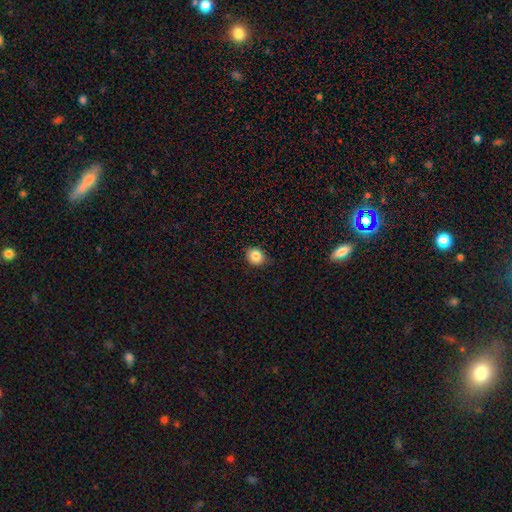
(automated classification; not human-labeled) A smooth galaxy with no disk features (84%) that is round (73%). Merging: none (83%).